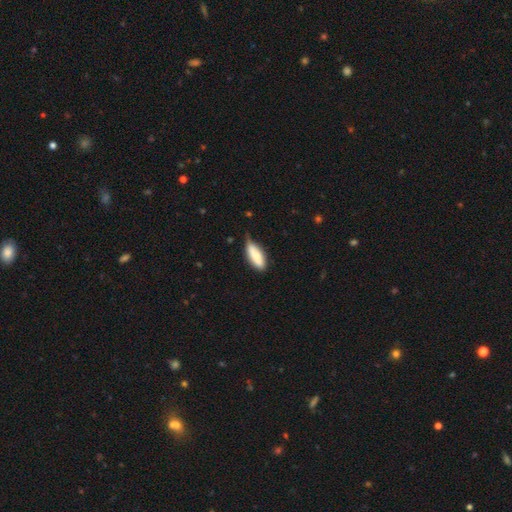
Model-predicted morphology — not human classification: type=smooth (77%); roundness=in between (64%); merging=none (52%).